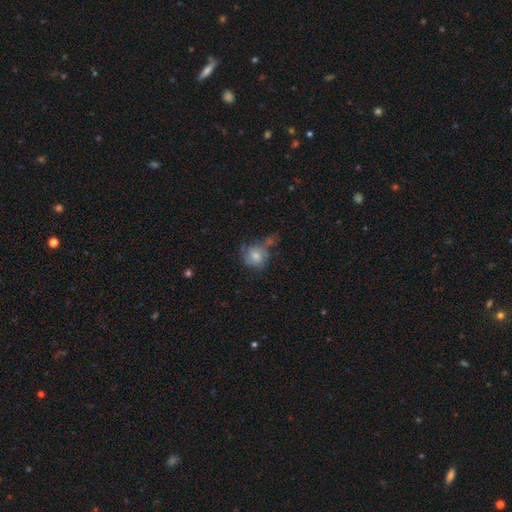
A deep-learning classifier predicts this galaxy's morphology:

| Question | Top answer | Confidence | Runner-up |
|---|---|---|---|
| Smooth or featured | smooth | 61% | featured or disk (30%) |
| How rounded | round | 79% | in between (19%) |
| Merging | none | 45% | minor disturbance (24%) |